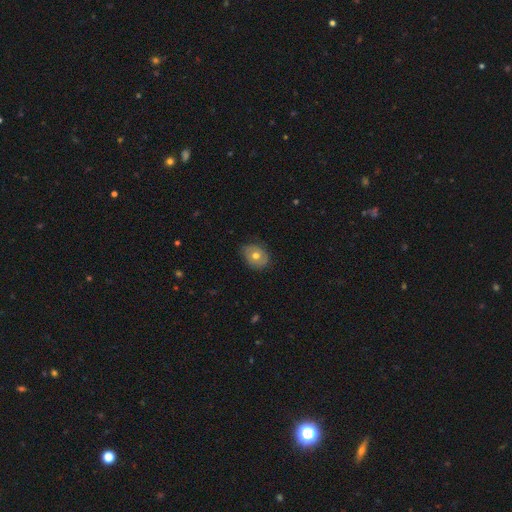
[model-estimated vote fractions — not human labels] Morphology: type=smooth (48%); merging=none (75%).